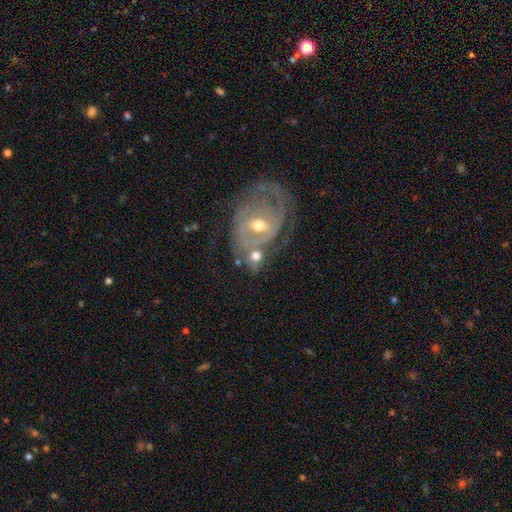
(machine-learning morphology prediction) A featured or disk galaxy (56%) with no bar (45%), spiral arms (59%) and a moderate central bulge (71%). Merging: none (38%).